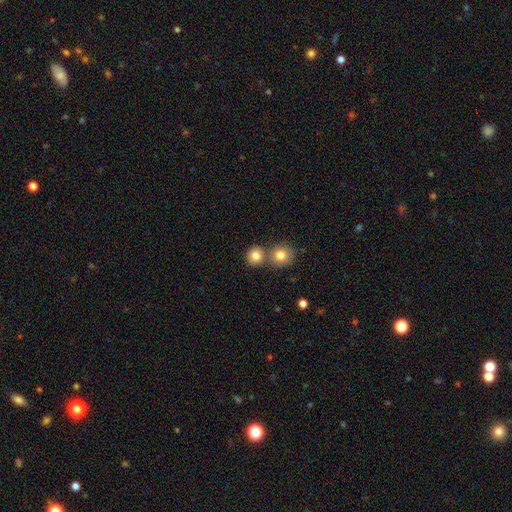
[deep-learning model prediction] This appears to be a smooth galaxy with no disk features (82%) that is round (86%). Merging: none (57%).